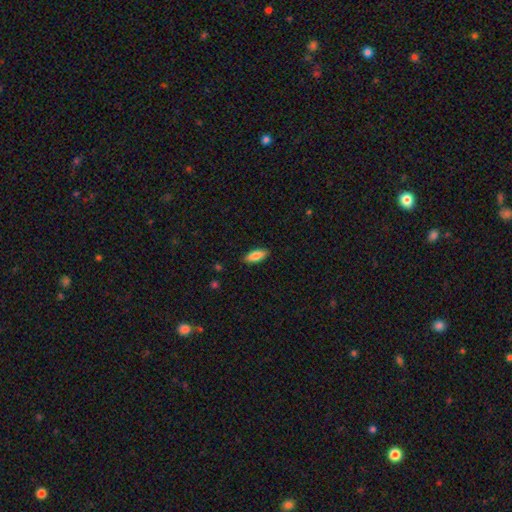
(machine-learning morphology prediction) type=smooth (84%); roundness=in between (77%); merging=none (87%).